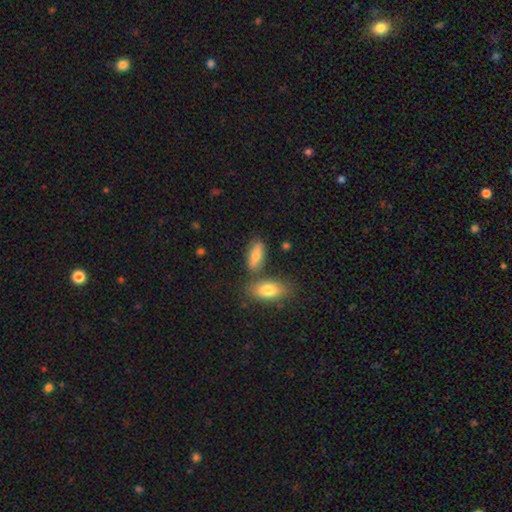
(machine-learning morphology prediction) This appears to be a smooth galaxy with no disk features (77%) that is in between round and cigar-shaped (75%). Merging: none (66%).